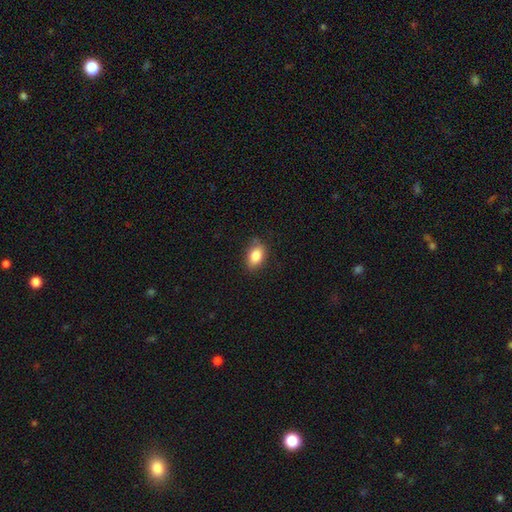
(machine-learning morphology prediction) Smooth or featured? Predicted: smooth (p=0.85). How rounded? Predicted: in between (p=0.86). Merging? Predicted: none (p=0.80).